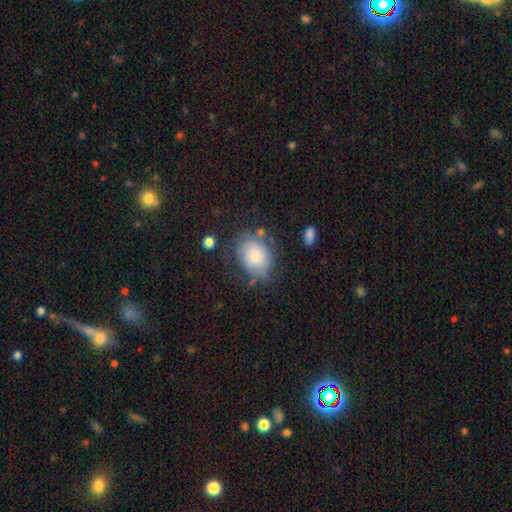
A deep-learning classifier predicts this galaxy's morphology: type=smooth (66%); roundness=in between (63%); merging=none (58%).